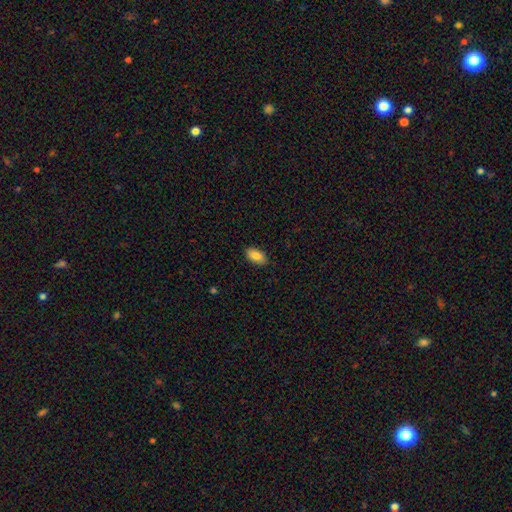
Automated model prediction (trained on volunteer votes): smooth_or_featured: smooth (p=0.85) [alt: featured or disk p=0.08]
how_rounded: in between (p=0.92) [alt: round p=0.04]
merging: none (p=0.88) [alt: minor disturbance p=0.09]